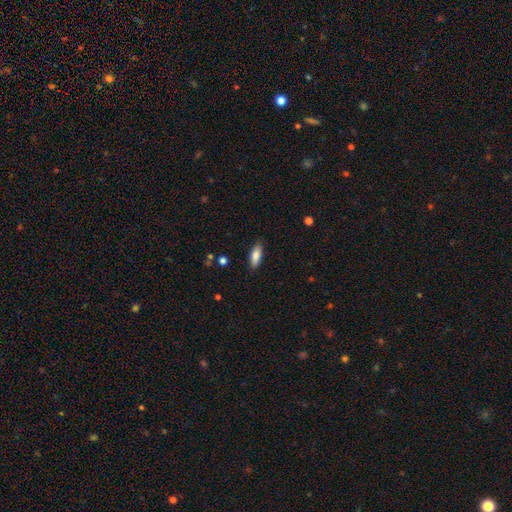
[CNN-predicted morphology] A smooth galaxy with no disk features (83%) that is in between round and cigar-shaped (69%).

Vote fractions:
- Smooth or featured? smooth: 83% / featured or disk: 11% / star or artifact: 6%
- How rounded? in between: 69% / cigar-shaped: 29% / round: 2%
- Merging? none: 87% / minor disturbance: 10% / major disturbance: 2% / merger: 1%